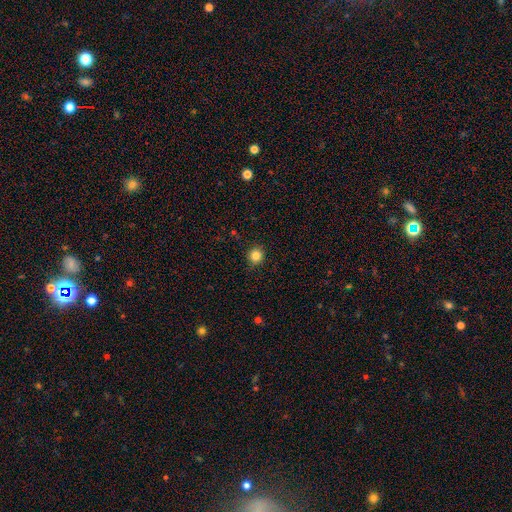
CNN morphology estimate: Smooth or featured?
  - smooth: 84% *
  - star or artifact: 11%
  - featured or disk: 5%
How rounded?
  - round: 93% *
  - in between: 6%
  - cigar-shaped: 1%
Merging?
  - none: 90% *
  - minor disturbance: 7%
  - major disturbance: 2%
  - merger: 1%